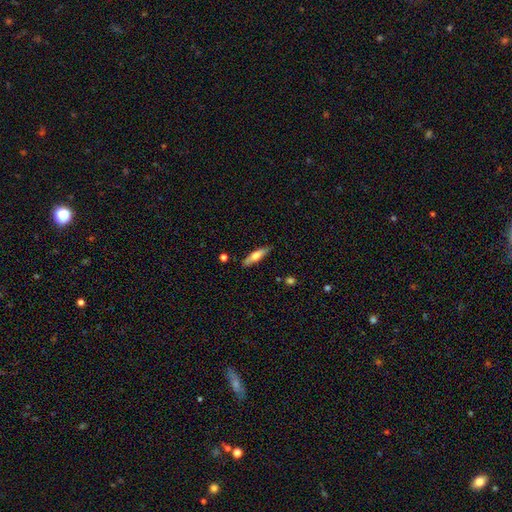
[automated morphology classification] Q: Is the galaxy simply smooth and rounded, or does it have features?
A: smooth — 58%.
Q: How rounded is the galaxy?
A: cigar-shaped — 70%.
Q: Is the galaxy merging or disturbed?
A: none — 84%.